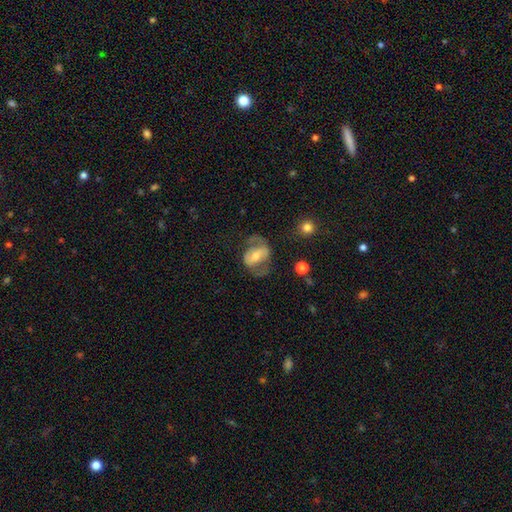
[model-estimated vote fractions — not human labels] A featured or disk galaxy (60%) with a strong bar (38%), spiral arms (61%) and a moderate central bulge (52%).

Vote fractions:
- Smooth or featured? featured or disk: 60% / smooth: 33% / star or artifact: 7%
- Edge-on disk? no: 94% / yes: 6%
- Bar? strong: 38% / weak: 34% / no: 28%
- Spiral arms? yes: 61% / no: 39%
- Bulge size? moderate: 52% / small: 30% / large: 12% / none: 4% / dominant: 2%
- Merging? none: 51% / major disturbance: 26% / minor disturbance: 20% / merger: 3%